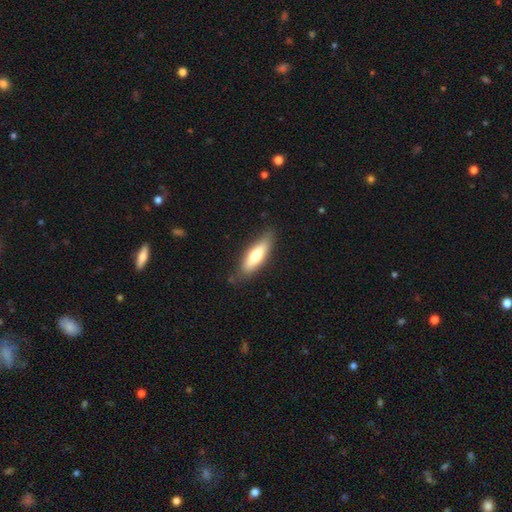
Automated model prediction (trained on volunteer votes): This appears to be a smooth galaxy with no disk features (64%) that is cigar-shaped (52%). Merging: none (79%).